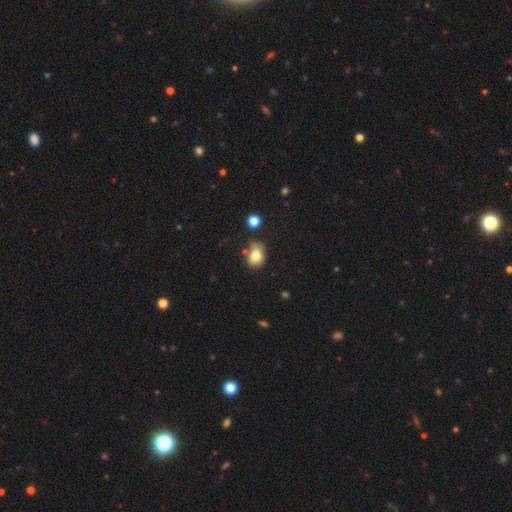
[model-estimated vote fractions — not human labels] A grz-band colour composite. It shows a smooth galaxy with no disk features (78%) that is in between round and cigar-shaped (60%). Merging: none (51%).